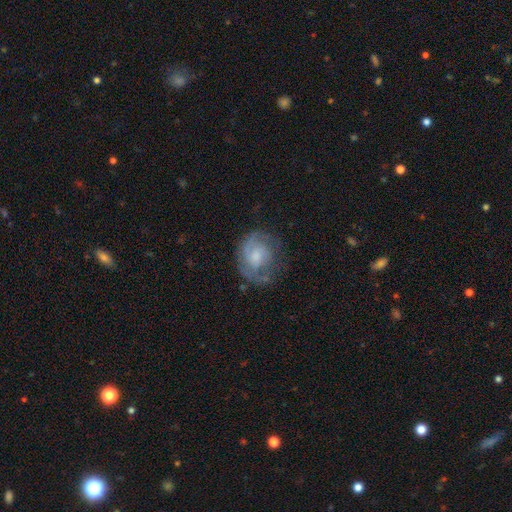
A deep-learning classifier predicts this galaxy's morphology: type=featured or disk (61%); edge-on=no (98%); bar=no (65%); spiral arms=yes (79%); bulge=small (41%); merging=none (58%).